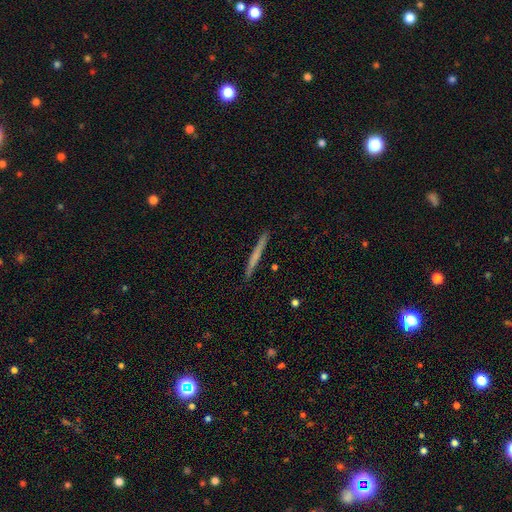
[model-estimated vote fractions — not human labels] Smooth or featured?
  - smooth: 56% *
  - featured or disk: 39%
  - star or artifact: 6%
How rounded?
  - cigar-shaped: 97% *
  - in between: 2%
  - round: 1%
Merging?
  - none: 91% *
  - minor disturbance: 6%
  - major disturbance: 1%
  - merger: 1%